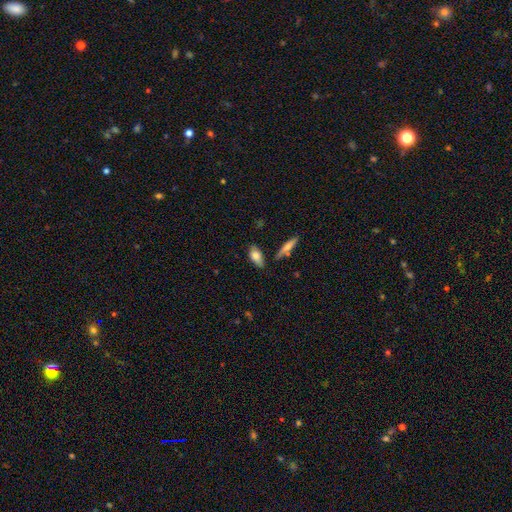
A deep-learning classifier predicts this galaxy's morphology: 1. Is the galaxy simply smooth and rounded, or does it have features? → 77% smooth, 16% featured or disk, 7% star or artifact.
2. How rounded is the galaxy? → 83% in between, 13% cigar-shaped, 4% round.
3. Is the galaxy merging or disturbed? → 68% none, 21% minor disturbance, 6% merger, 5% major disturbance.